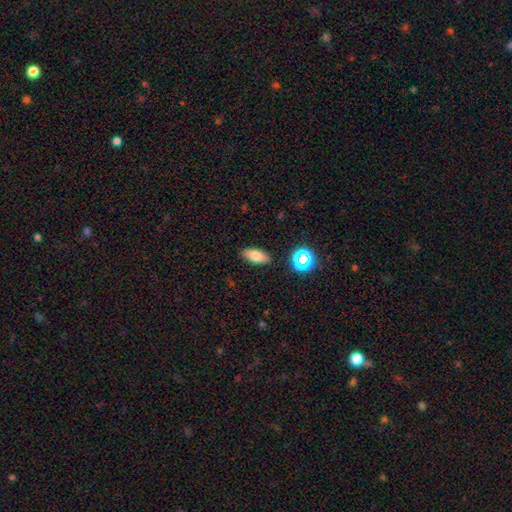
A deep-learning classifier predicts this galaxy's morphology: A smooth galaxy with no disk features (78%) that is in between round and cigar-shaped (79%).

Vote fractions:
- Smooth or featured? smooth: 78% / featured or disk: 11% / star or artifact: 11%
- How rounded? in between: 79% / cigar-shaped: 16% / round: 5%
- Merging? none: 87% / minor disturbance: 9% / major disturbance: 2% / merger: 2%